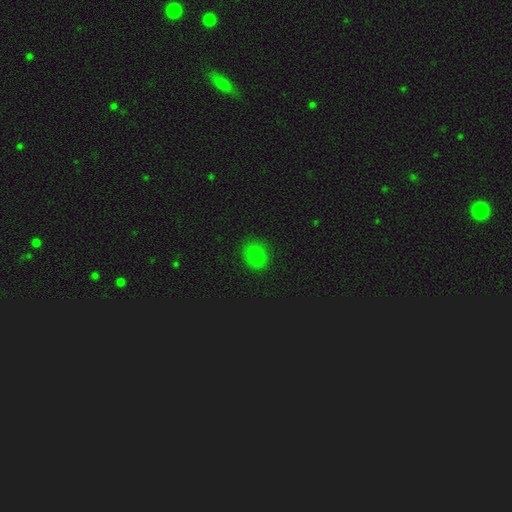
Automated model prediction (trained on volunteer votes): Morphology: type=smooth (77%); roundness=round (61%); merging=none (83%).